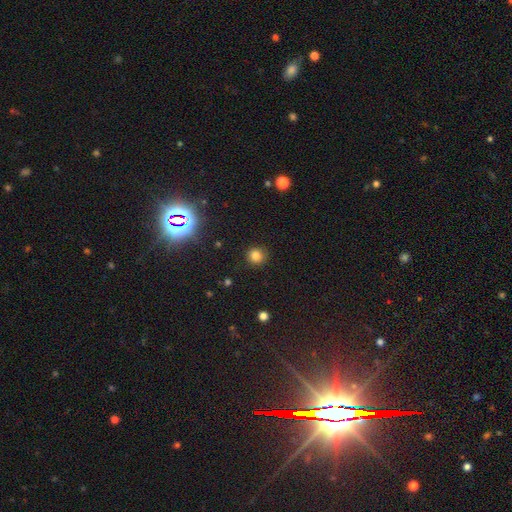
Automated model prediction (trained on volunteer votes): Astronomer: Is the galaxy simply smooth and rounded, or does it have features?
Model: smooth — 80%.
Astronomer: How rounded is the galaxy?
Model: round — 92%.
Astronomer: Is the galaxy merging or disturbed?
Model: none — 90%.